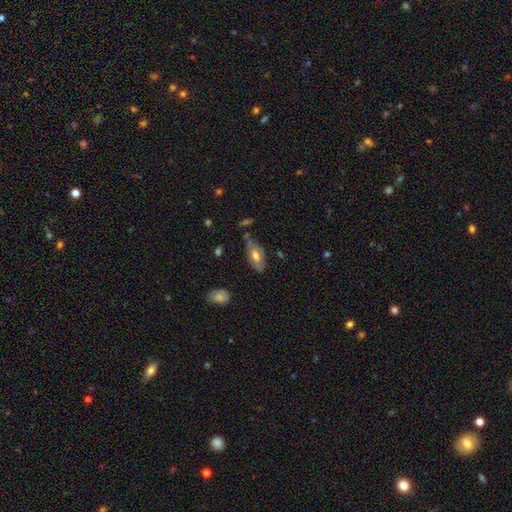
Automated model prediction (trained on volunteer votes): The model was most divided on "smooth or featured": smooth: 56%, featured or disk: 37%, star or artifact: 7%. More confident: how rounded — in between (89%); merging — none (65%).